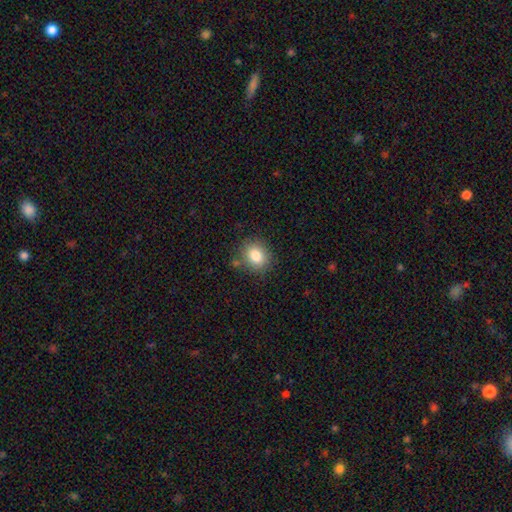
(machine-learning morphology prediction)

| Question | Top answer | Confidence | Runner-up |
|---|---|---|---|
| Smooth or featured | smooth | 82% | star or artifact (10%) |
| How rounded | round | 63% | in between (36%) |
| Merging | none | 81% | minor disturbance (12%) |